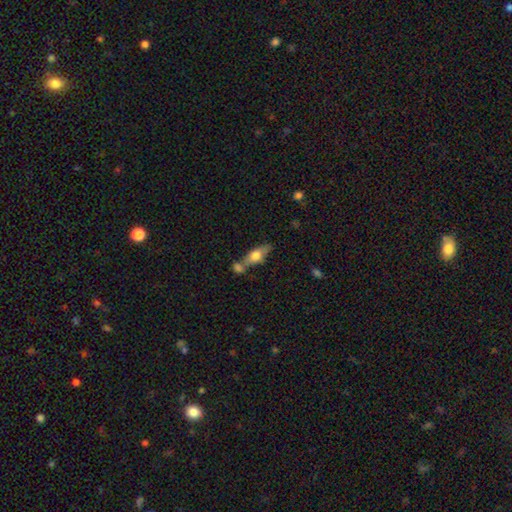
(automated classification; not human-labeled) A smooth galaxy with no disk features (56%) that is in between round and cigar-shaped (58%). Merging: none (48%).